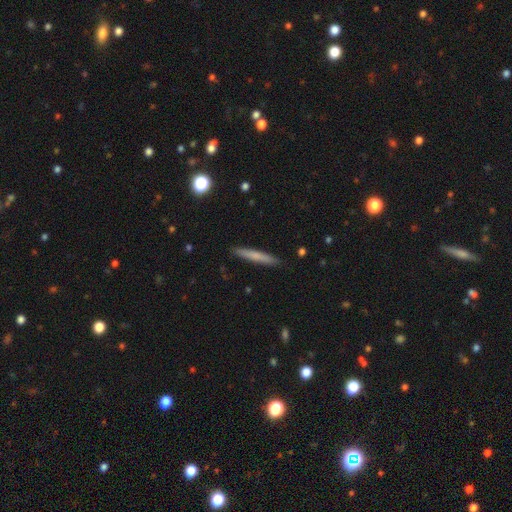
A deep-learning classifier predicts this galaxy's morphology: Smooth or featured?
  - smooth: 68% *
  - featured or disk: 26%
  - star or artifact: 6%
How rounded?
  - cigar-shaped: 95% *
  - in between: 3%
  - round: 1%
Merging?
  - none: 90% *
  - minor disturbance: 7%
  - major disturbance: 1%
  - merger: 1%